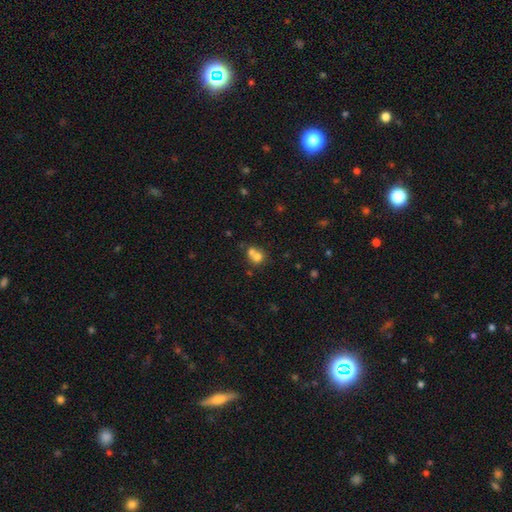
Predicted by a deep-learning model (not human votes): Overall: smooth (71%). How rounded: round (78%). Merging: merger (59%; none 31%).